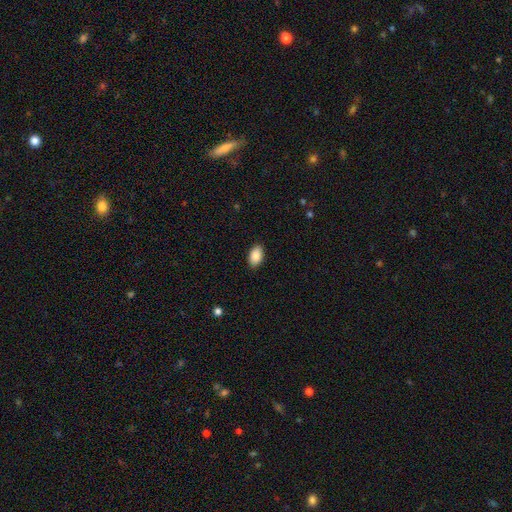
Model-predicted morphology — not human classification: This is clearly a smooth galaxy (89%). How rounded: clearly in between (92%). Merging: clearly none (89%).